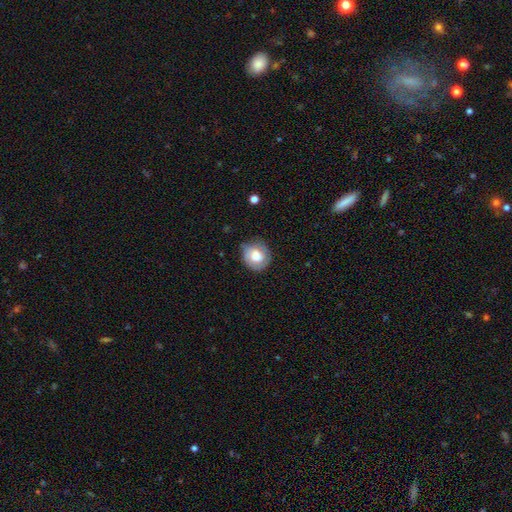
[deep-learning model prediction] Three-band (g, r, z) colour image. It shows a smooth galaxy with no disk features (69%) that is round (81%). Merging: none (66%).